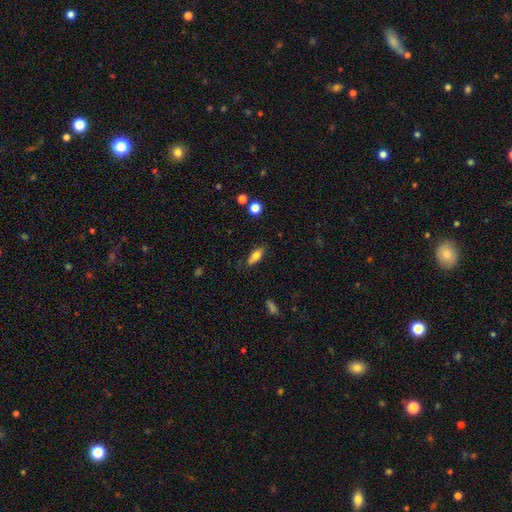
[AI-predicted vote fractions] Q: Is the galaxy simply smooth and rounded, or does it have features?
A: smooth — 75%.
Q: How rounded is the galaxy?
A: in between — 77%.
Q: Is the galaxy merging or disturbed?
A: none — 73%.